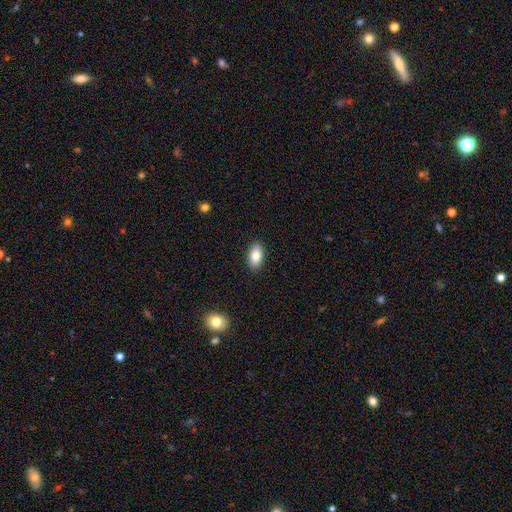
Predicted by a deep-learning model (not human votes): smooth-or-featured: smooth: 82% | featured or disk: 11% | star or artifact: 7%
  how-rounded: in between: 93% | round: 4% | cigar-shaped: 3%
  merging: none: 89% | minor disturbance: 8% | major disturbance: 2% | merger: 1%